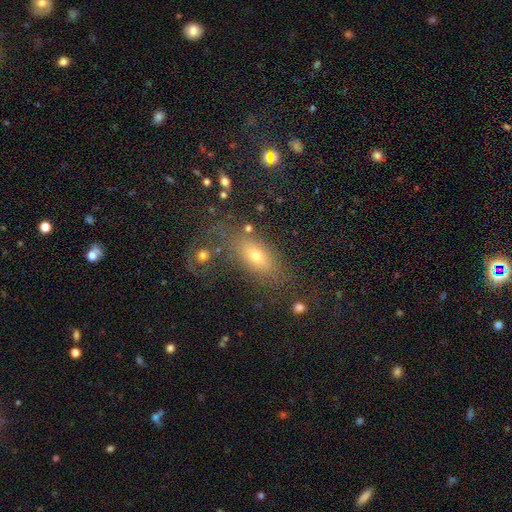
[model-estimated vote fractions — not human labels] Q: Smooth or featured?
A: smooth (64%); runner-up: featured or disk (19%)
Q: How rounded?
A: in between (77%); runner-up: cigar-shaped (12%)
Q: Merging?
A: none (68%); runner-up: minor disturbance (14%)